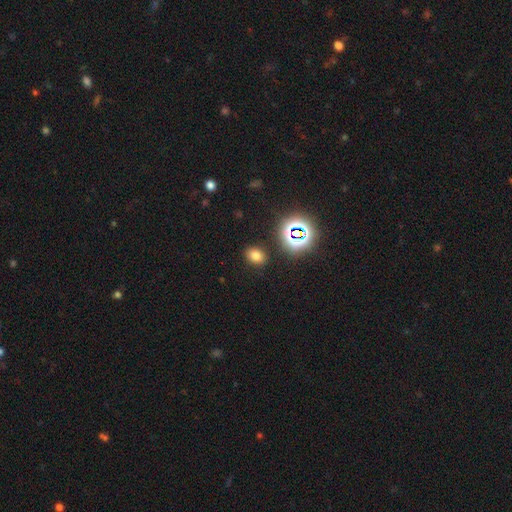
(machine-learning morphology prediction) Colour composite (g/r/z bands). It shows a smooth galaxy with no disk features (71%) that is in between round and cigar-shaped (60%). Merging: none (86%).